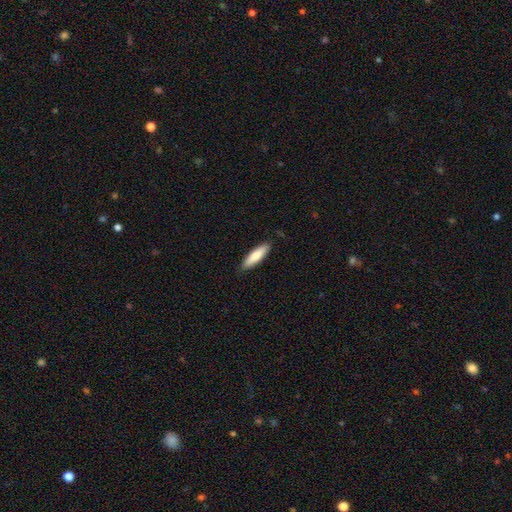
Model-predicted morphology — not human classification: smooth-or-featured: smooth: 80% | featured or disk: 15% | star or artifact: 5%
  how-rounded: cigar-shaped: 63% | in between: 36% | round: 1%
  merging: none: 86% | minor disturbance: 11% | major disturbance: 2% | merger: 1%